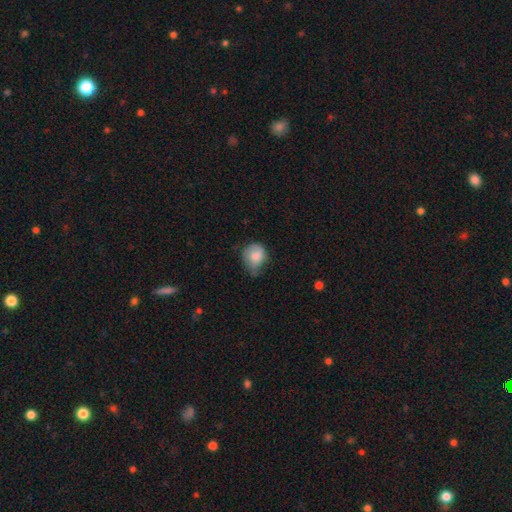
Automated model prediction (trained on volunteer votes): The model was most divided on "merging": minor disturbance: 46%, none: 37%, major disturbance: 14%, merger: 3%. More confident: smooth or featured — smooth (82%); how rounded — round (70%).